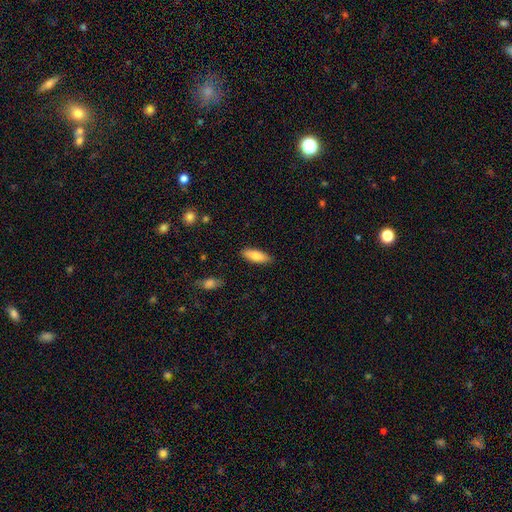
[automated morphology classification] A smooth galaxy with no disk features (82%) that is in between round and cigar-shaped (64%).

Vote fractions:
- Smooth or featured? smooth: 82% / featured or disk: 12% / star or artifact: 6%
- How rounded? in between: 64% / cigar-shaped: 34% / round: 2%
- Merging? none: 87% / minor disturbance: 10% / major disturbance: 2% / merger: 1%